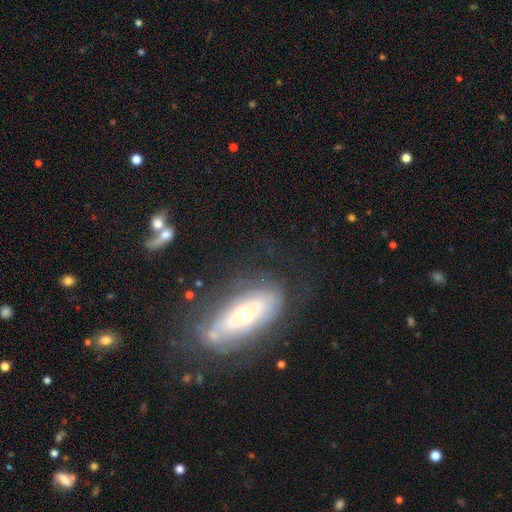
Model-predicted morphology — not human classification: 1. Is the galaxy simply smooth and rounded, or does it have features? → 57% featured or disk, 31% smooth, 12% star or artifact.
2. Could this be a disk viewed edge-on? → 77% no, 23% yes.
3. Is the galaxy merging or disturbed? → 69% none, 17% minor disturbance, 11% major disturbance, 3% merger.